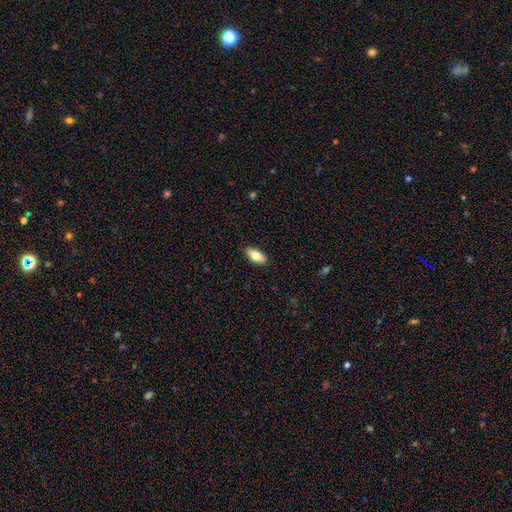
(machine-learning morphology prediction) Smooth or featured: smooth — 78% (featured or disk — 16%)
How rounded: in between — 87% (cigar-shaped — 10%)
Merging: none — 89% (minor disturbance — 8%)